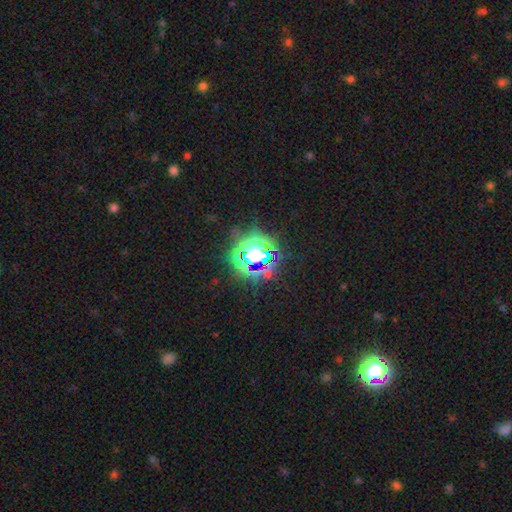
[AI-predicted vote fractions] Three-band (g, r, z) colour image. It shows a star or artifact, not a galaxy (68%).